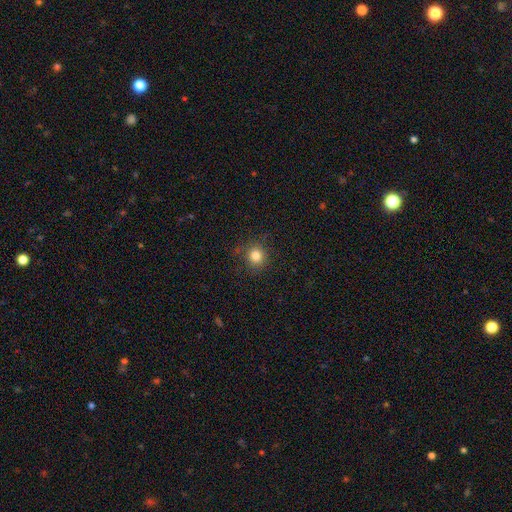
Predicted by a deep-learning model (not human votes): Smooth or featured: smooth — 82% (star or artifact — 13%)
How rounded: round — 91% (in between — 8%)
Merging: none — 87% (minor disturbance — 9%)